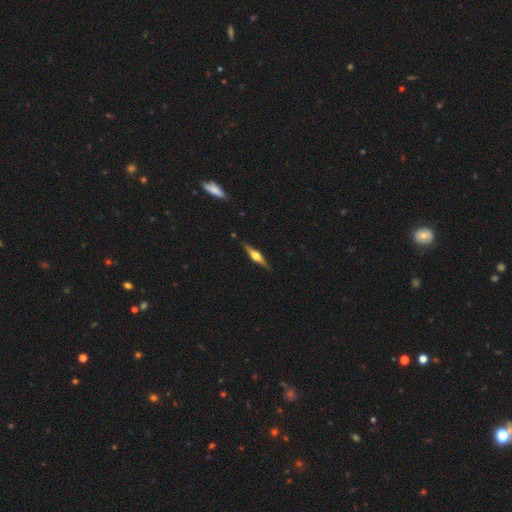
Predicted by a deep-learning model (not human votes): This is likely a featured or disk galaxy (72%). It is clearly viewed edge-on (97%). Edge-on bulge: clearly rounded (92%). Merging: clearly none (89%).